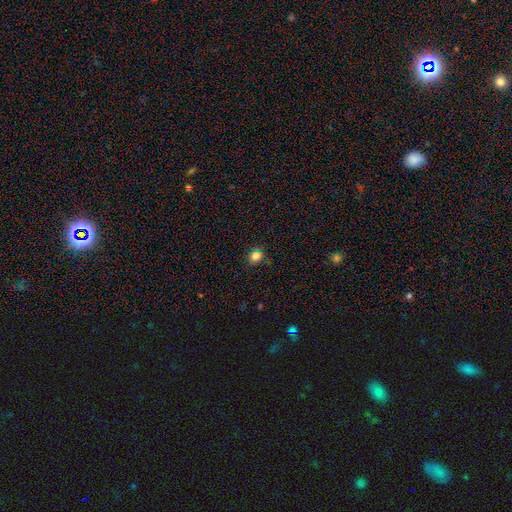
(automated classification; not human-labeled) Smooth or featured? smooth (78%)
How rounded? round (57%)
Merging? none (82%)